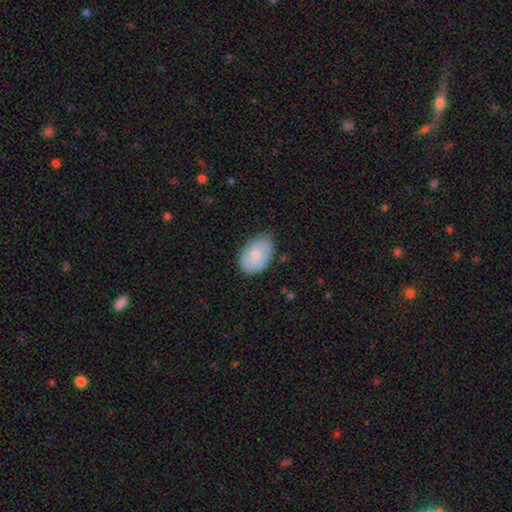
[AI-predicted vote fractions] Overall: smooth (67%). How rounded: in between (86%). Merging: none (62%; minor disturbance 31%).